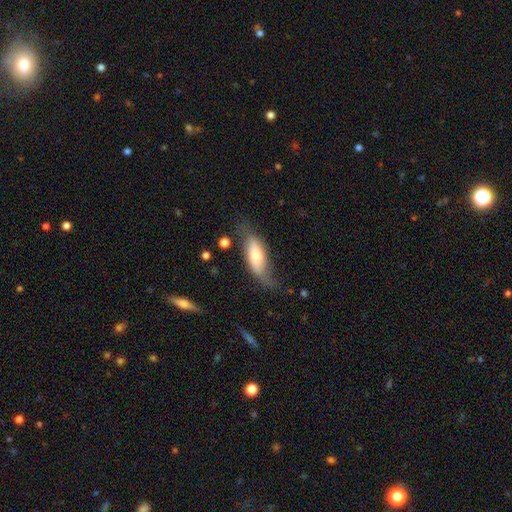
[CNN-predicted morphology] Smooth or featured? smooth (54%)
How rounded? in between (62%)
Merging? none (51%)